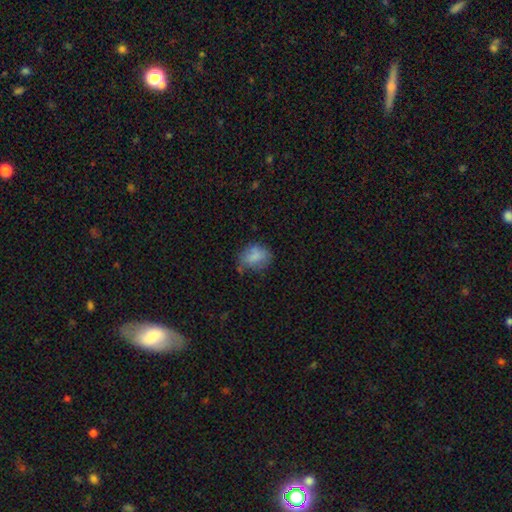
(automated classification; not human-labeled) The model was most divided on "merging": none: 51%, minor disturbance: 31%, major disturbance: 13%, merger: 4%. More confident: smooth or featured — smooth (75%); how rounded — in between (65%).